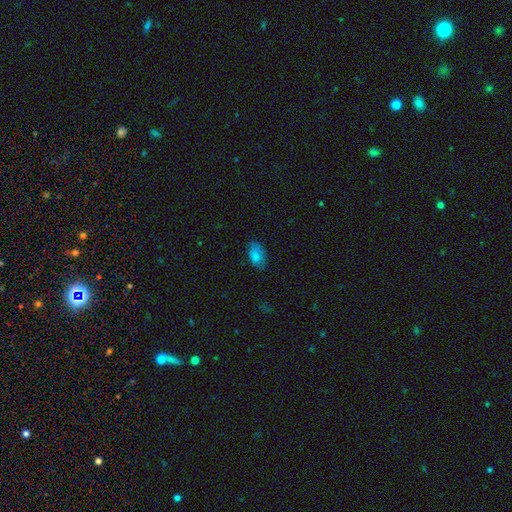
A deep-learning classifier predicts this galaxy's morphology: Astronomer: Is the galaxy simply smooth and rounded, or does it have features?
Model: smooth — 82%.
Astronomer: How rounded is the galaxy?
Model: in between — 93%.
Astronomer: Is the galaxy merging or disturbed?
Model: none — 74%.